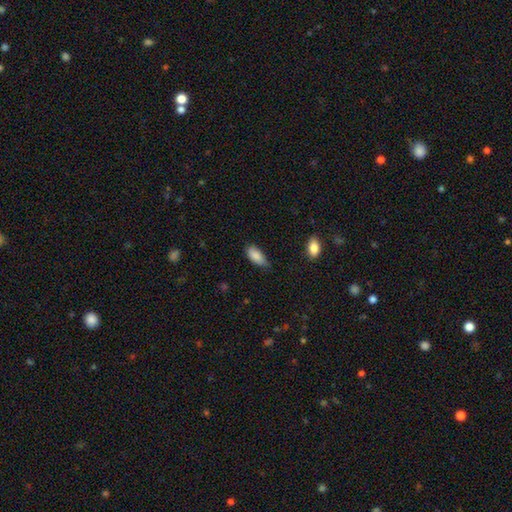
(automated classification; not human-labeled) Morphology: type=smooth (87%); roundness=in between (88%); merging=none (54%).